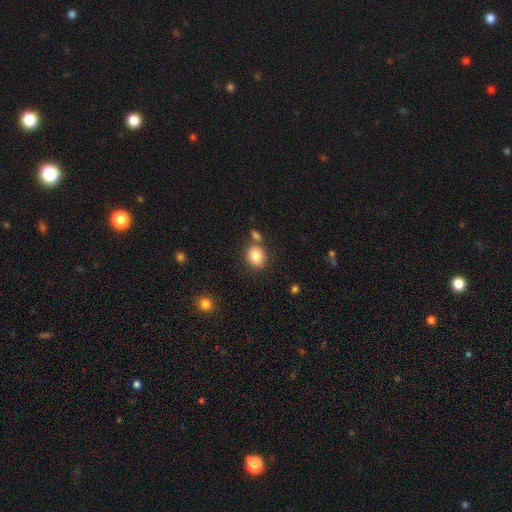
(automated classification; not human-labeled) A smooth galaxy with no disk features (84%) that is round (59%).

Vote fractions:
- Smooth or featured? smooth: 84% / star or artifact: 9% / featured or disk: 7%
- How rounded? round: 59% / in between: 40% / cigar-shaped: 1%
- Merging? none: 68% / merger: 17% / minor disturbance: 12% / major disturbance: 4%